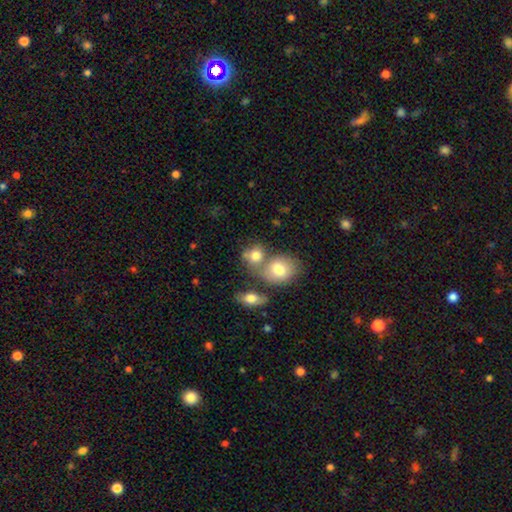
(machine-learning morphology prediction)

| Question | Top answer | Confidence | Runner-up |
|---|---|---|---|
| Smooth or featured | smooth | 78% | featured or disk (13%) |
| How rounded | round | 56% | in between (42%) |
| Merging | merger | 48% | none (37%) |